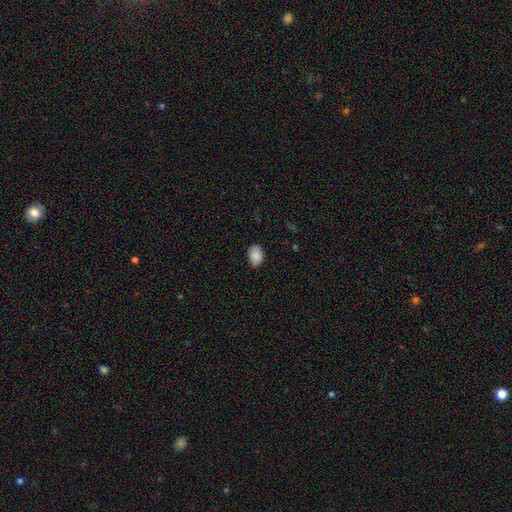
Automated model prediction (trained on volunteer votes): Smooth or featured? smooth (89%)
How rounded? in between (79%)
Merging? none (83%)